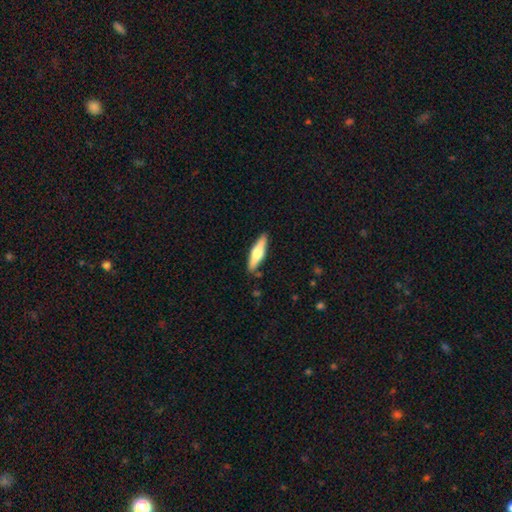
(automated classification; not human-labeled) Smooth or featured? featured or disk (49%)
Merging? none (87%)